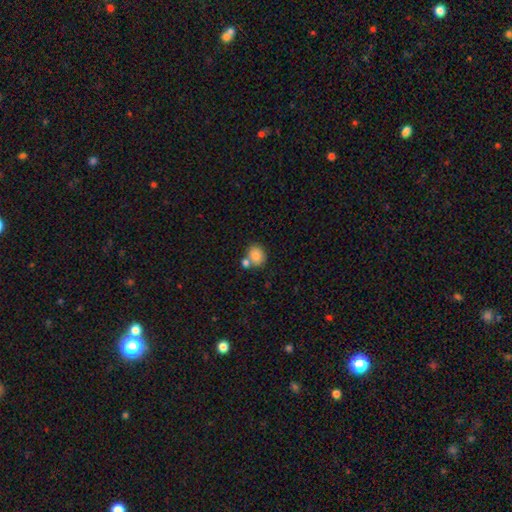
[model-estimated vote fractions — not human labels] Q: Smooth or featured?
A: smooth (82%); runner-up: star or artifact (9%)
Q: How rounded?
A: round (59%); runner-up: in between (40%)
Q: Merging?
A: none (58%); runner-up: merger (28%)